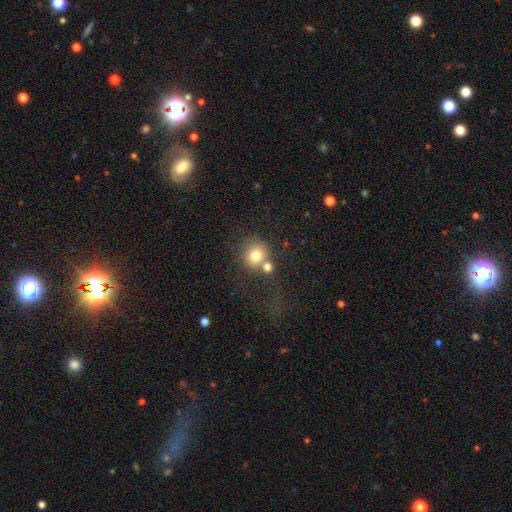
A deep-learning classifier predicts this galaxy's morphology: A smooth galaxy with no disk features (77%) that is round (85%).

Vote fractions:
- Smooth or featured? smooth: 77% / star or artifact: 12% / featured or disk: 12%
- How rounded? round: 85% / in between: 14% / cigar-shaped: 1%
- Merging? none: 49% / merger: 34% / minor disturbance: 10% / major disturbance: 7%